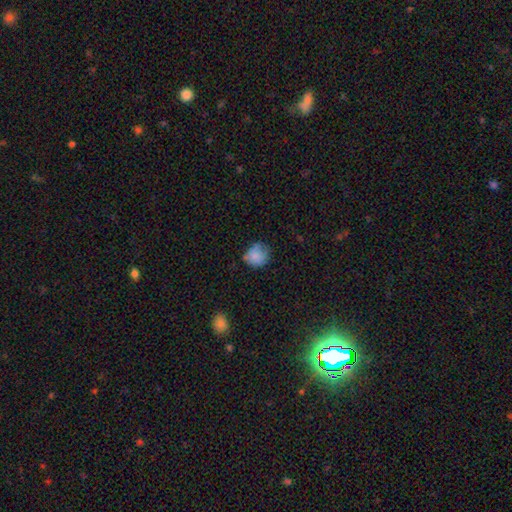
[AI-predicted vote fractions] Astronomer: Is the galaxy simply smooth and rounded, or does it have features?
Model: smooth — 80%.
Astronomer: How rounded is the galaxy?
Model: round — 77%.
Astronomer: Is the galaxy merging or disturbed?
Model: none — 58%.